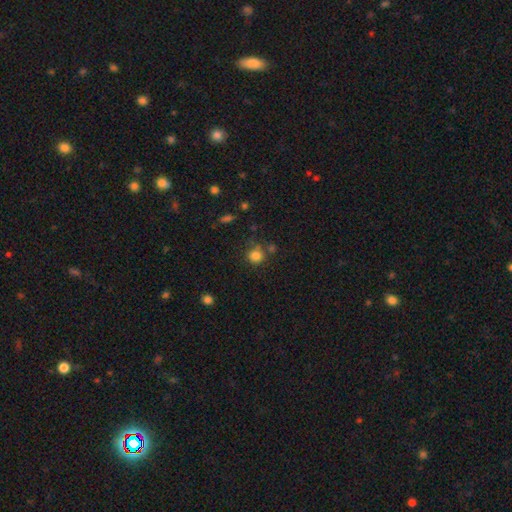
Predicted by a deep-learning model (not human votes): Smooth or featured?
  - smooth: 81% *
  - star or artifact: 13%
  - featured or disk: 6%
How rounded?
  - round: 86% *
  - in between: 13%
  - cigar-shaped: 1%
Merging?
  - none: 68% *
  - minor disturbance: 14%
  - merger: 12%
  - major disturbance: 5%